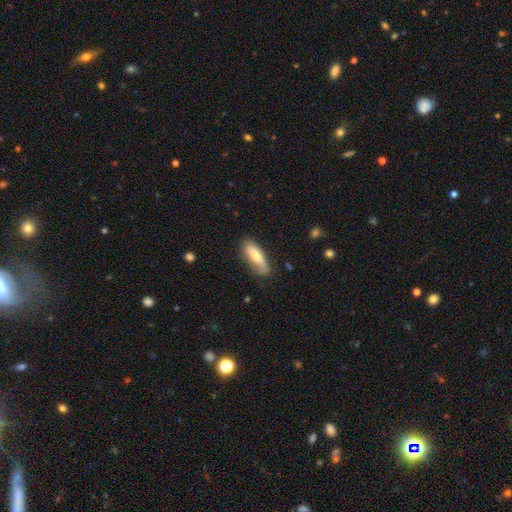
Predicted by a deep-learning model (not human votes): smooth-or-featured: smooth: 69% | featured or disk: 25% | star or artifact: 6%
  how-rounded: in between: 62% | cigar-shaped: 36% | round: 2%
  merging: none: 72% | minor disturbance: 22% | major disturbance: 5% | merger: 2%